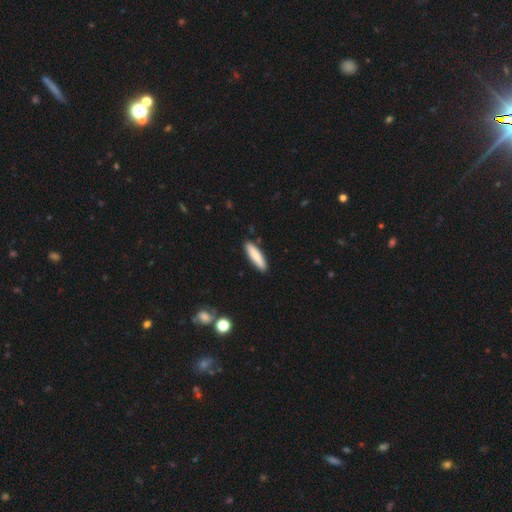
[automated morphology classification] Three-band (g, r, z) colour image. It shows a smooth galaxy with no disk features (83%) that is cigar-shaped (76%). Merging: none (88%).